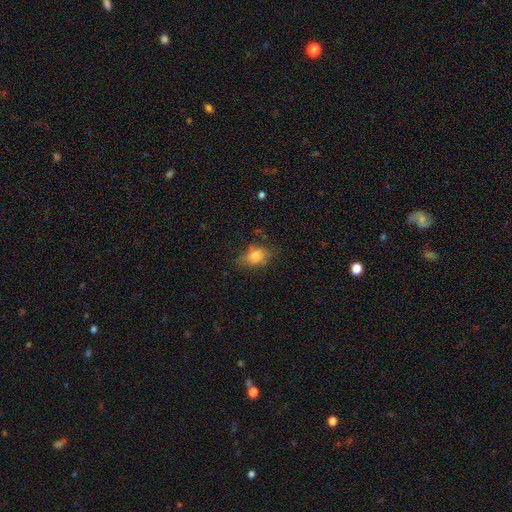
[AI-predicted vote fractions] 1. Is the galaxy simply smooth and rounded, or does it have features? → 72% smooth, 17% featured or disk, 11% star or artifact.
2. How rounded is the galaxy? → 71% in between, 25% round, 4% cigar-shaped.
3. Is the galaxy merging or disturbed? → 65% none, 25% minor disturbance, 8% major disturbance, 2% merger.